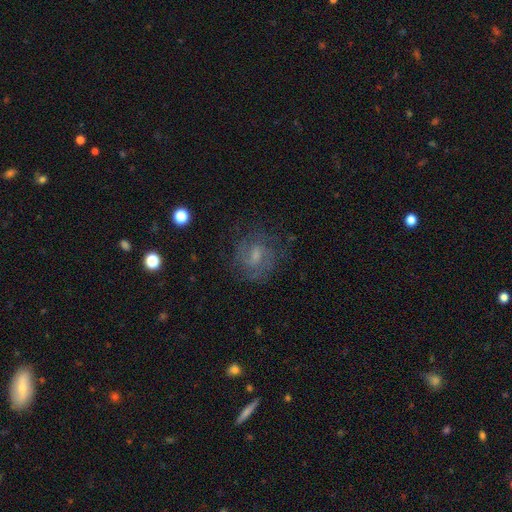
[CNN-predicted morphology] Q: Smooth or featured?
A: featured or disk (63%); runner-up: smooth (26%)
Q: Edge-on disk?
A: no (97%); runner-up: yes (3%)
Q: Bar?
A: weak (57%); runner-up: no (30%)
Q: Spiral arms?
A: yes (85%); runner-up: no (15%)
Q: Spiral winding?
A: medium (45%); runner-up: tight (38%)
Q: Spiral arm count?
A: 2 (43%); runner-up: can't tell (33%)
Q: Bulge size?
A: small (43%); runner-up: moderate (34%)
Q: Merging?
A: none (70%); runner-up: minor disturbance (17%)